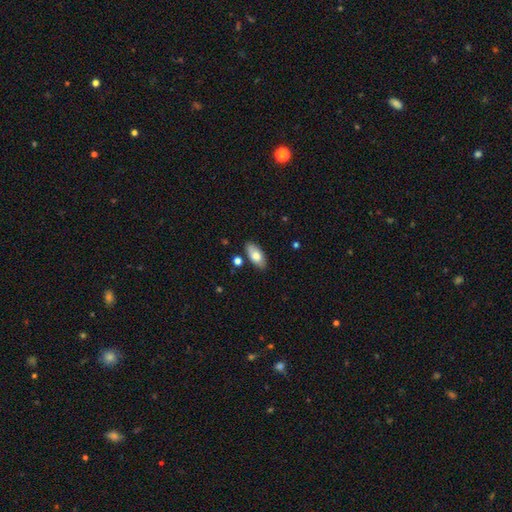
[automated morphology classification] A smooth galaxy with no disk features (77%) that is in between round and cigar-shaped (91%).

Vote fractions:
- Smooth or featured? smooth: 77% / featured or disk: 16% / star or artifact: 7%
- How rounded? in between: 91% / cigar-shaped: 6% / round: 3%
- Merging? none: 81% / minor disturbance: 13% / merger: 4% / major disturbance: 3%